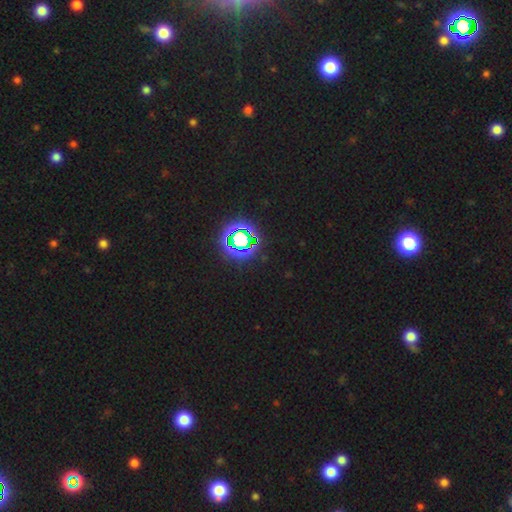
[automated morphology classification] A star or artifact, not a galaxy (80%).

Vote fractions:
- Smooth or featured? star or artifact: 80% / smooth: 13% / featured or disk: 7%